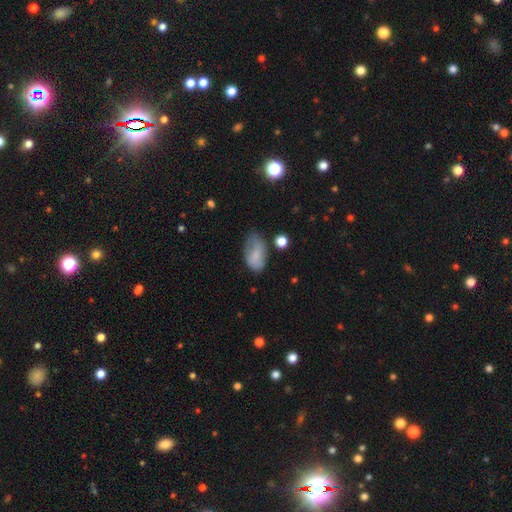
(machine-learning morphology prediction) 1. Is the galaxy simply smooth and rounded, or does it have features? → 73% smooth, 19% featured or disk, 8% star or artifact.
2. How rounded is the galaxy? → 92% in between, 5% round, 2% cigar-shaped.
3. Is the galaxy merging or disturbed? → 48% none, 35% minor disturbance, 13% major disturbance, 3% merger.